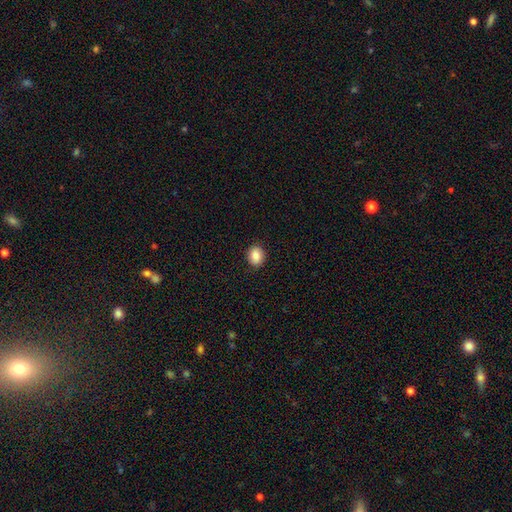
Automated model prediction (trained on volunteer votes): This appears to be a smooth galaxy with no disk features (87%) that is round (55%). Merging: none (90%).